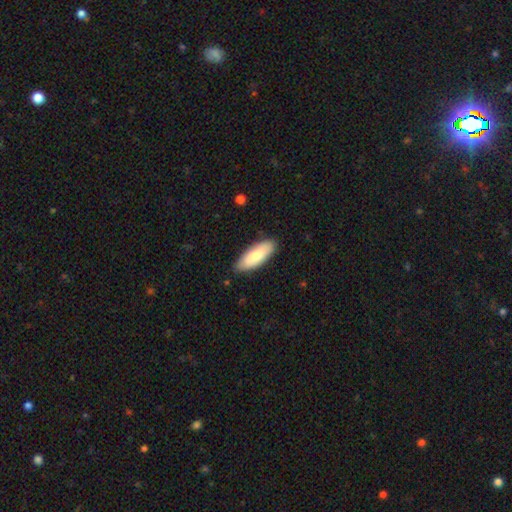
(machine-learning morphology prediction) Smooth or featured? smooth (79%)
How rounded? in between (74%)
Merging? none (84%)